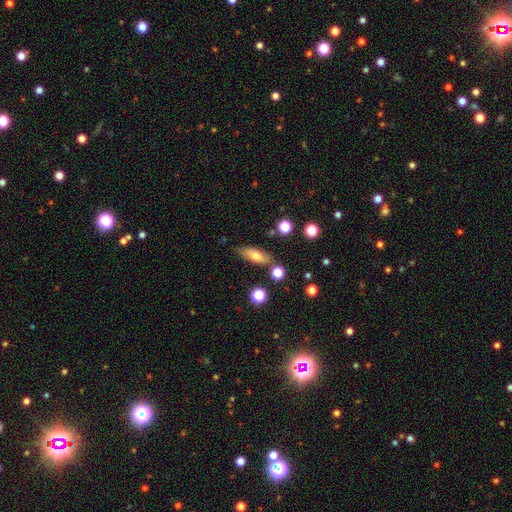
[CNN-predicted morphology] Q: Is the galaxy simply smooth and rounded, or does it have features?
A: smooth — 65%.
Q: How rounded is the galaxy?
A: in between — 62%.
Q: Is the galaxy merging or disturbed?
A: none — 79%.